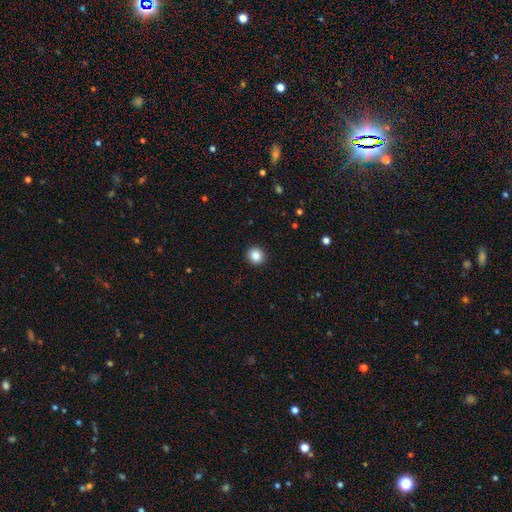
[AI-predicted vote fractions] Smooth or featured? Predicted: smooth (p=0.87). How rounded? Predicted: round (p=0.90). Merging? Predicted: none (p=0.93).